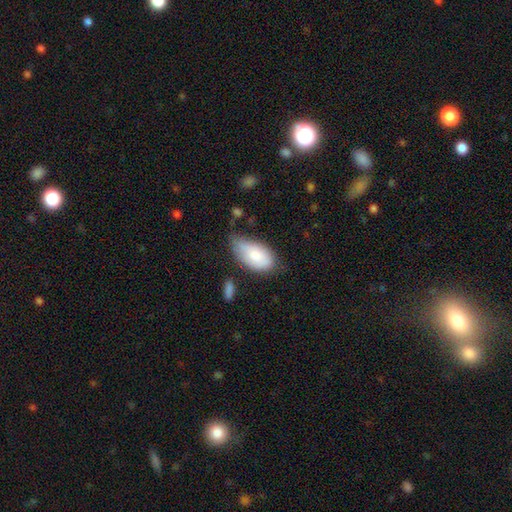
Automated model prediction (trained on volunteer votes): Smooth or featured? smooth (79%)
How rounded? in between (94%)
Merging? none (45%)